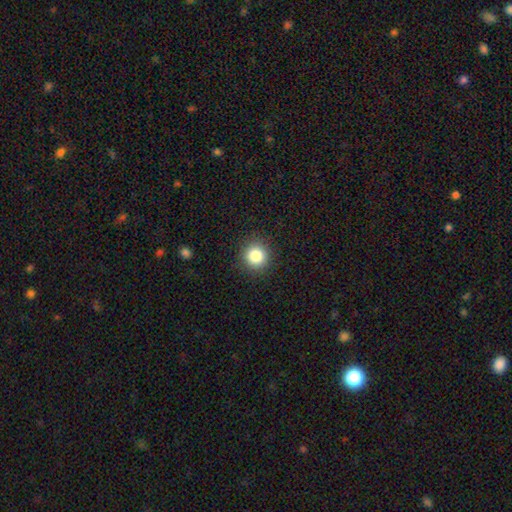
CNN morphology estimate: type=smooth (84%); roundness=round (93%); merging=none (91%).